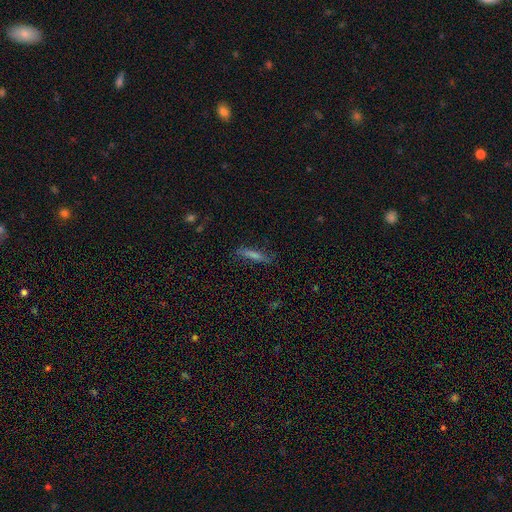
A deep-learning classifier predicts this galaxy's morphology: A smooth galaxy with no disk features (59%) that is cigar-shaped (86%).

Vote fractions:
- Smooth or featured? smooth: 59% / featured or disk: 30% / star or artifact: 12%
- How rounded? cigar-shaped: 86% / in between: 12% / round: 2%
- Merging? none: 75% / minor disturbance: 18% / major disturbance: 5% / merger: 2%